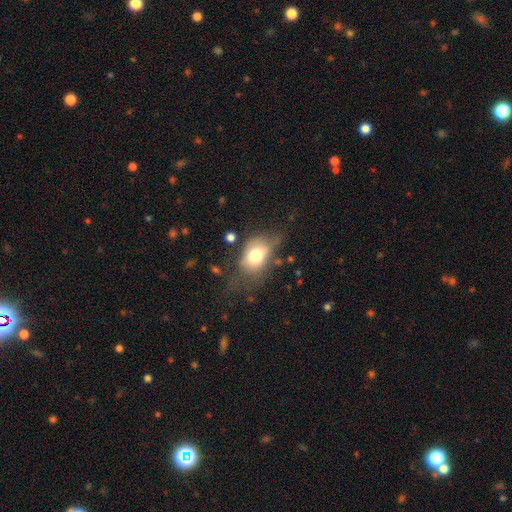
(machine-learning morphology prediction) type=smooth (72%); roundness=in between (73%); merging=none (45%).